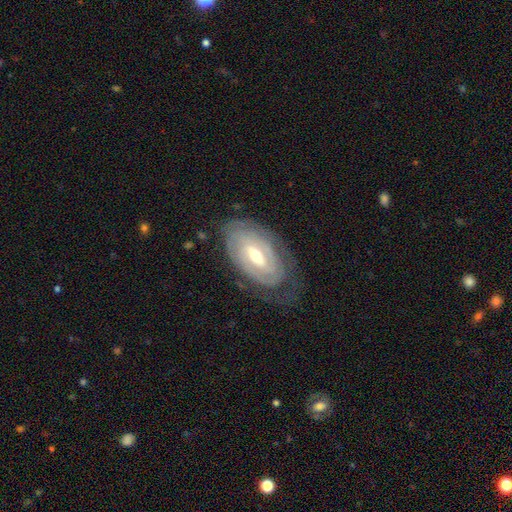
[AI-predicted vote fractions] featured or disk 81%, smooth 14%, star or artifact 5%. Down the decision tree: edge-on disk — no (93%); bar — weak (46%); spiral arms — yes (85%); spiral arm count — can't tell (43%); spiral winding — tight (74%); bulge size — moderate (59%); merging — none (68%).